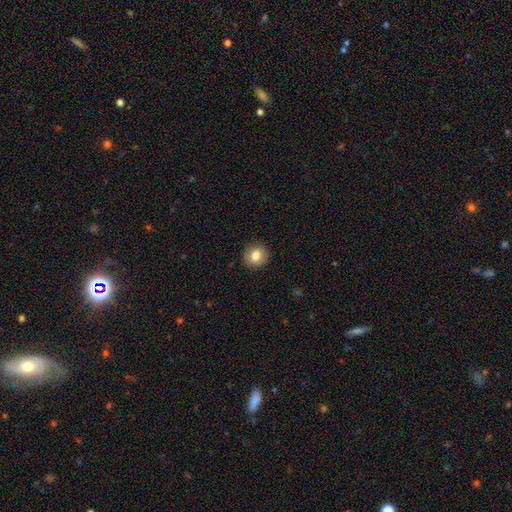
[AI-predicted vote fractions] Smooth or featured?
  - smooth: 82% *
  - star or artifact: 9%
  - featured or disk: 9%
How rounded?
  - round: 88% *
  - in between: 11%
  - cigar-shaped: 1%
Merging?
  - none: 91% *
  - minor disturbance: 6%
  - major disturbance: 2%
  - merger: 1%